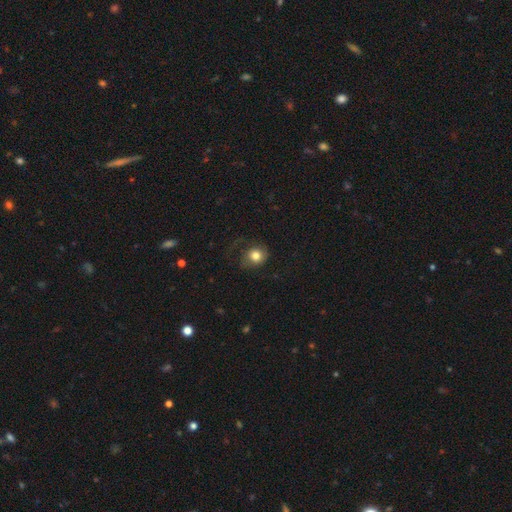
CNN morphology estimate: Smooth or featured? Predicted: smooth (p=0.76). How rounded? Predicted: round (p=0.73). Merging? Predicted: none (p=0.50).